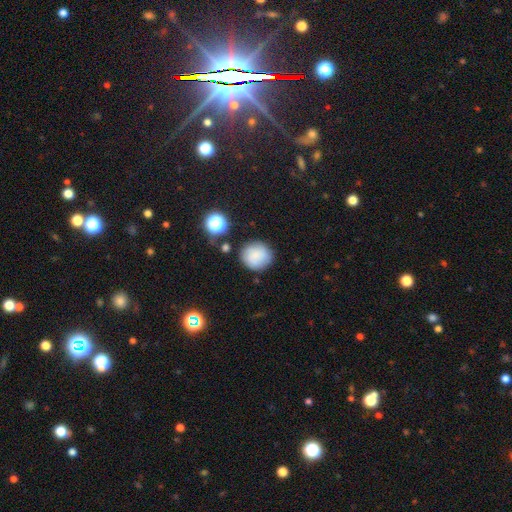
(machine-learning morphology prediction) The model was most divided on "merging": none: 78%, minor disturbance: 13%, merger: 4%, major disturbance: 4%. More confident: how rounded — round (89%); smooth or featured — smooth (82%).